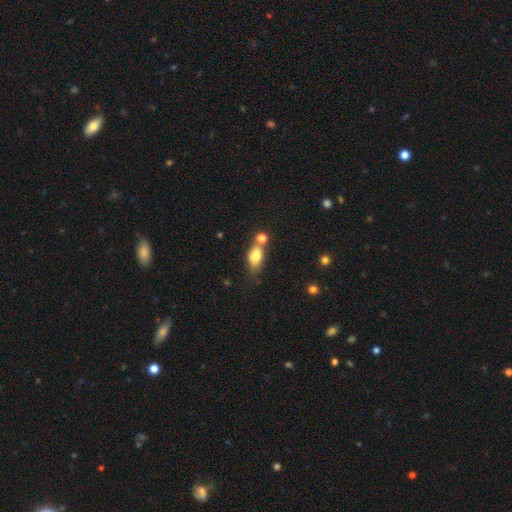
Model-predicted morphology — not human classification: Overall: smooth (76%). How rounded: in between (79%). Merging: none (45%; merger 32%).